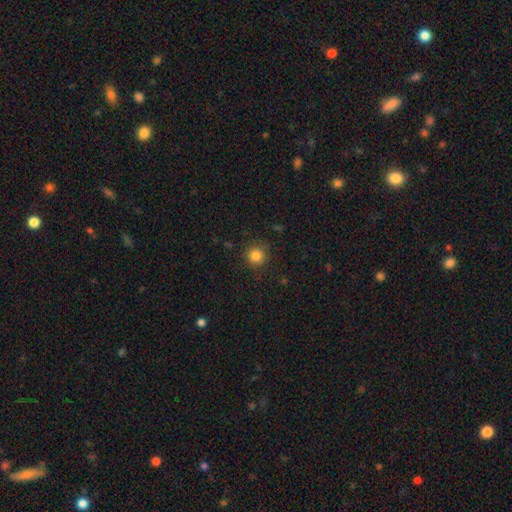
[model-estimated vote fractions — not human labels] Smooth or featured: smooth — 84% (star or artifact — 11%)
How rounded: round — 93% (in between — 6%)
Merging: none — 88% (minor disturbance — 8%)